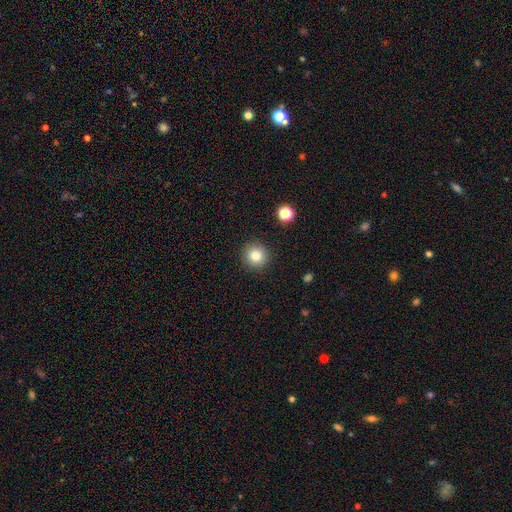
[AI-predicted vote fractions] Smooth or featured? Predicted: smooth (p=0.82). How rounded? Predicted: round (p=0.94). Merging? Predicted: none (p=0.91).